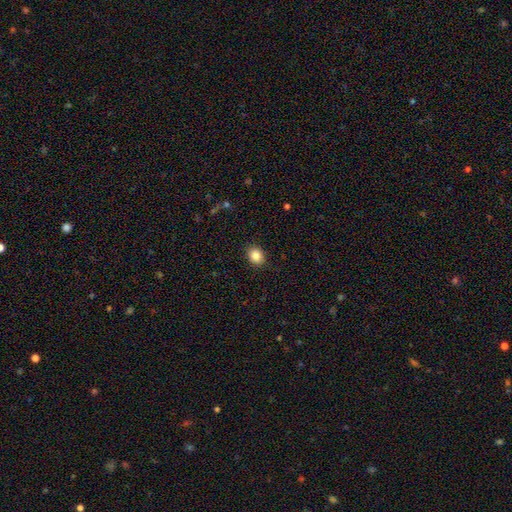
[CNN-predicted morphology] Smooth or featured? Predicted: smooth (p=0.86). How rounded? Predicted: round (p=0.56). Merging? Predicted: none (p=0.90).